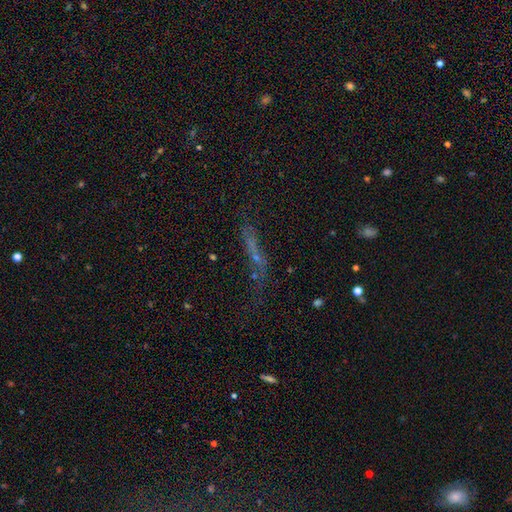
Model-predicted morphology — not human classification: A smooth galaxy with no disk features (38%).

Vote fractions:
- Smooth or featured? smooth: 38% / featured or disk: 37% / star or artifact: 26%
- Merging? none: 47% / major disturbance: 24% / minor disturbance: 20% / merger: 9%